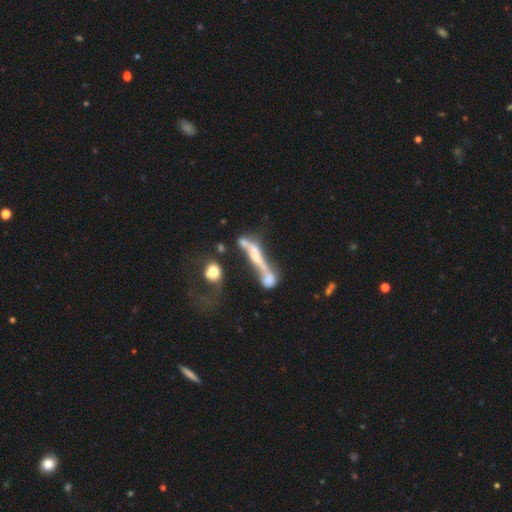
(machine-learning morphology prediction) Q: Smooth or featured?
A: featured or disk (65%); runner-up: smooth (23%)
Q: Edge-on disk?
A: yes (59%); runner-up: no (41%)
Q: Merging?
A: merger (48%); runner-up: major disturbance (21%)